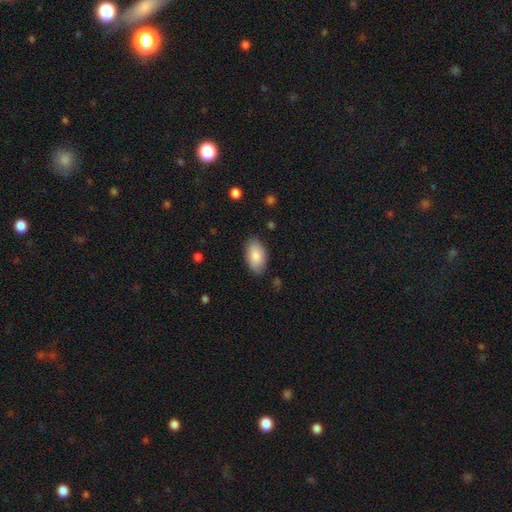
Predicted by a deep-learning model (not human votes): smooth 86%, featured or disk 8%, star or artifact 6%. Down the decision tree: how rounded — in between (94%); merging — none (84%).